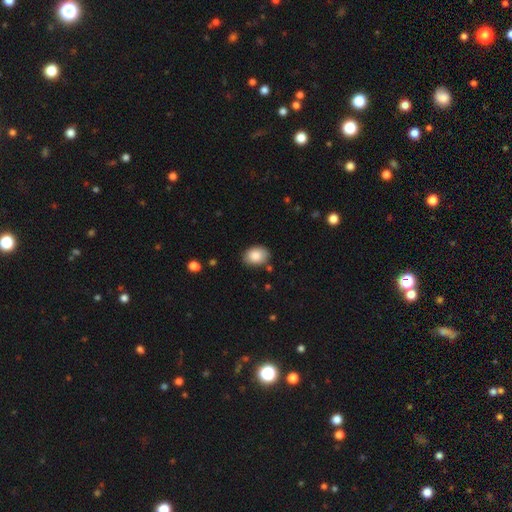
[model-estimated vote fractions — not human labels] smooth 85%, star or artifact 8%, featured or disk 7%. Down the decision tree: how rounded — in between (72%); merging — none (83%).